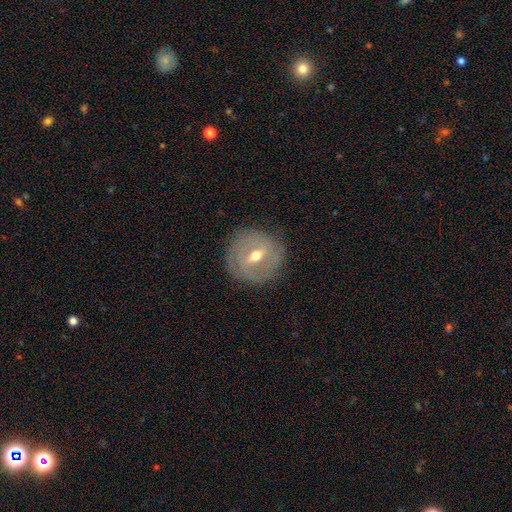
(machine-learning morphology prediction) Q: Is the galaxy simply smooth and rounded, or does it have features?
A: featured or disk — 69%.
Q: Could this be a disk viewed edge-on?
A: no — 93%.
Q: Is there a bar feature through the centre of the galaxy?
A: weak — 50%.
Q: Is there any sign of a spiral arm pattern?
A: yes — 62%.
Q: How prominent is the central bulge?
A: moderate — 71%.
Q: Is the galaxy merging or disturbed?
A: none — 83%.